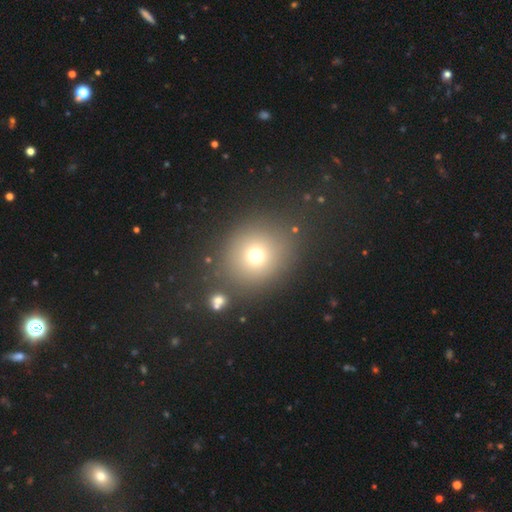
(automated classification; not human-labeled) A smooth galaxy with no disk features (70%) that is round (81%). Merging: none (81%).